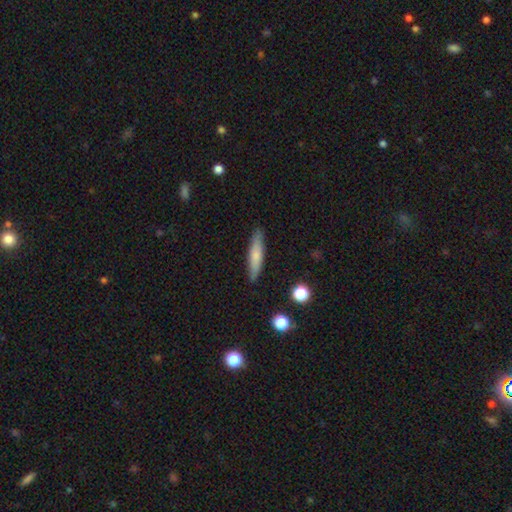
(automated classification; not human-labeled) A smooth galaxy with no disk features (68%) that is cigar-shaped (85%).

Vote fractions:
- Smooth or featured? smooth: 68% / featured or disk: 26% / star or artifact: 6%
- How rounded? cigar-shaped: 85% / in between: 13% / round: 2%
- Merging? none: 87% / minor disturbance: 9% / major disturbance: 2% / merger: 1%